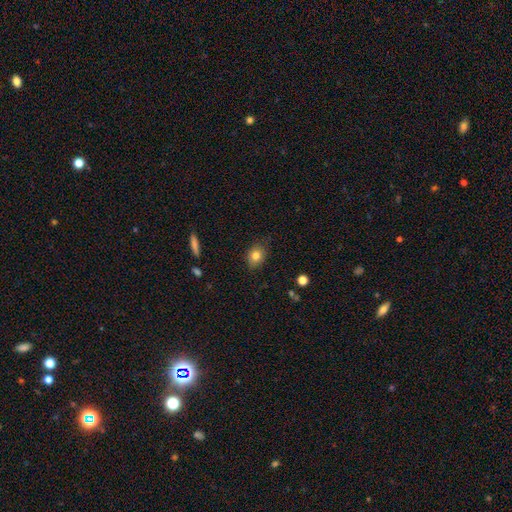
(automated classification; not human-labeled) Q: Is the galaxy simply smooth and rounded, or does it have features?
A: smooth — 80%.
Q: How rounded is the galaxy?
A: in between — 54%.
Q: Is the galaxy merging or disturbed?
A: none — 80%.